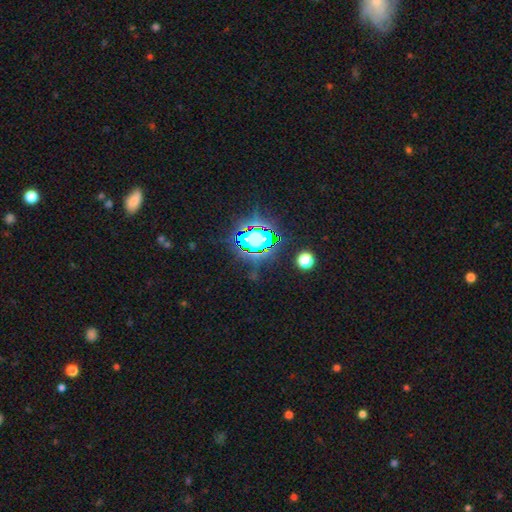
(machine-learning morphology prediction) A star or artifact, not a galaxy (77%).